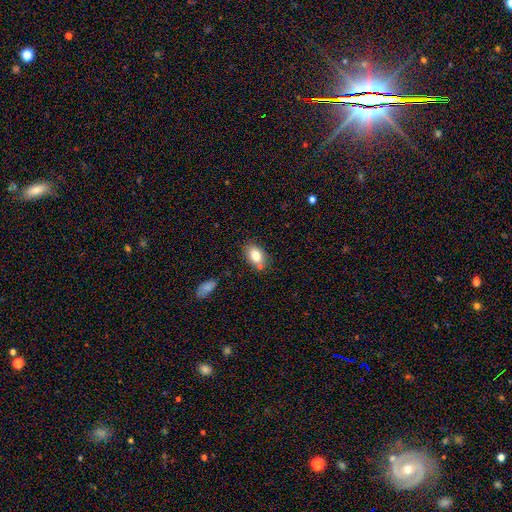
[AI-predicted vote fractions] A smooth galaxy with no disk features (80%) that is in between round and cigar-shaped (86%).

Vote fractions:
- Smooth or featured? smooth: 80% / featured or disk: 12% / star or artifact: 8%
- How rounded? in between: 86% / round: 12% / cigar-shaped: 2%
- Merging? none: 72% / minor disturbance: 15% / merger: 9% / major disturbance: 3%